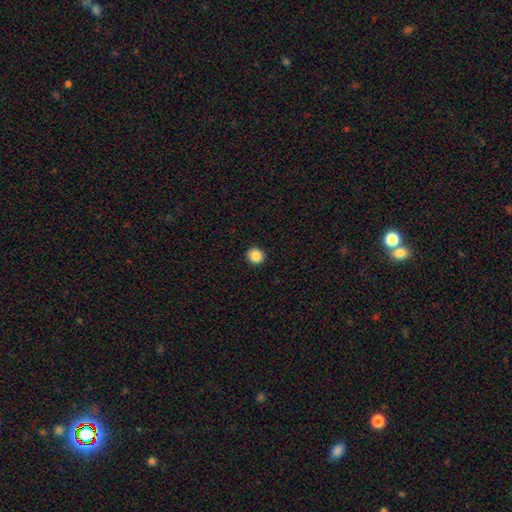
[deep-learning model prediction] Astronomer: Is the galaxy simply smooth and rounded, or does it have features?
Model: smooth — 87%.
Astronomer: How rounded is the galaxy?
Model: round — 89%.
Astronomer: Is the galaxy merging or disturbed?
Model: none — 93%.